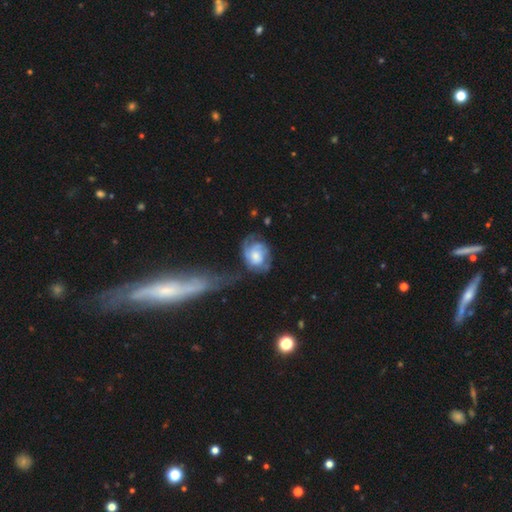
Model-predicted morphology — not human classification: The model was most divided on "spiral arm count": 2: 35%, can't tell: 28%, 3: 20%, 1: 9%, 4: 5%, more than 4: 4%. Remaining: edge-on disk — no (97%); spiral arms — yes (91%); smooth or featured — featured or disk (72%); bar — no (72%); spiral winding — tight (53%); bulge size — moderate (42%); merging — none (39%).